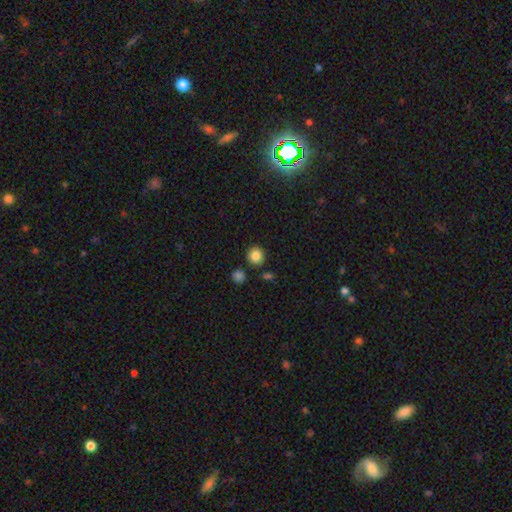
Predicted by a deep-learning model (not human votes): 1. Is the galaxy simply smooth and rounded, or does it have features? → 85% smooth, 10% star or artifact, 4% featured or disk.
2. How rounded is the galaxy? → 90% round, 9% in between, 1% cigar-shaped.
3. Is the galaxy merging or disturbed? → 85% none, 8% minor disturbance, 5% merger, 2% major disturbance.